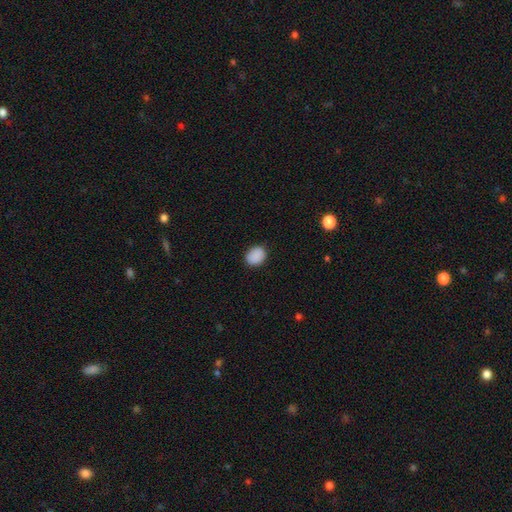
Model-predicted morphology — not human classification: smooth_or_featured: smooth (p=0.89) [alt: star or artifact p=0.08]
how_rounded: in between (p=0.54) [alt: round p=0.45]
merging: none (p=0.87) [alt: minor disturbance p=0.10]